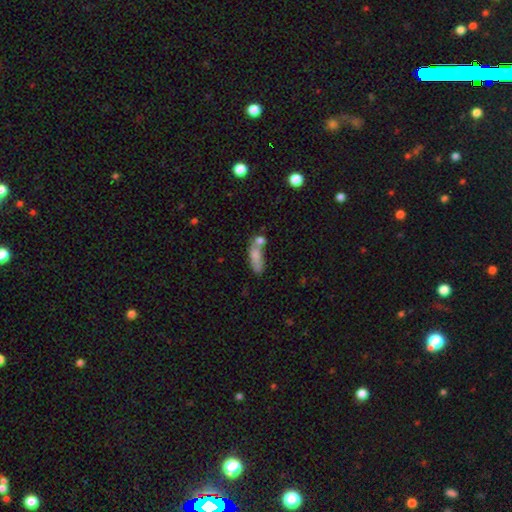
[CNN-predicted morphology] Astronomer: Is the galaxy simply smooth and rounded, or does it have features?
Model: smooth — 73%.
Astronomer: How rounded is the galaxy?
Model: in between — 67%.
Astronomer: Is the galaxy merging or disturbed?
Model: merger — 40% (runner-up: none, 32%).